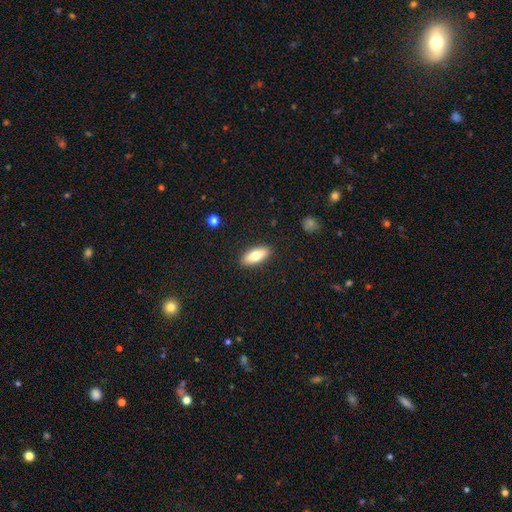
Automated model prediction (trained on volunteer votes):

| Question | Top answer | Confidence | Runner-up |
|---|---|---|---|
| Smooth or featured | smooth | 75% | featured or disk (19%) |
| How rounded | in between | 76% | cigar-shaped (21%) |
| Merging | none | 90% | minor disturbance (8%) |